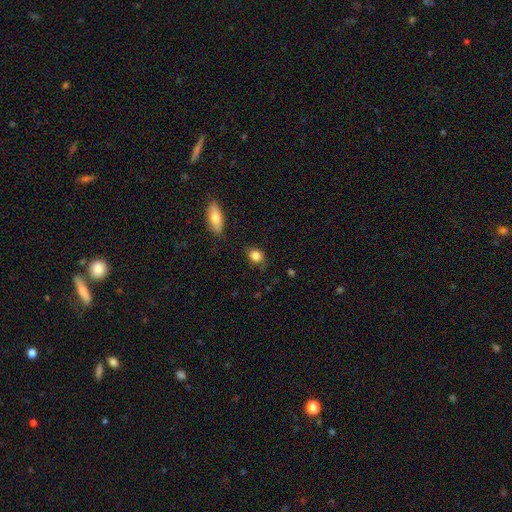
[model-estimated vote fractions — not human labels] The model was most divided on "how rounded": in between: 50%, round: 48%, cigar-shaped: 2%. More confident: smooth or featured — smooth (84%); merging — none (71%).